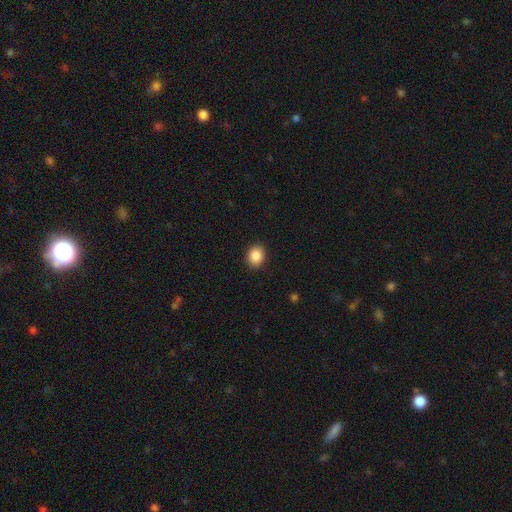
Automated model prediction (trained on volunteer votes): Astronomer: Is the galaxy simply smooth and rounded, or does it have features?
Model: smooth — 88%.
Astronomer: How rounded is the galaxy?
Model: round — 52% (runner-up: in between, 47%).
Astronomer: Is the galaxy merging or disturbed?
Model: none — 91%.